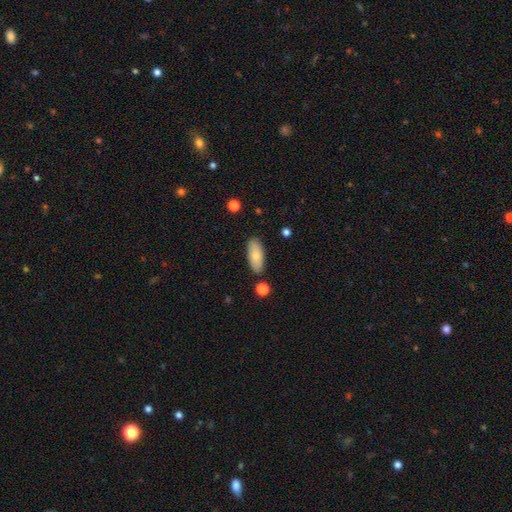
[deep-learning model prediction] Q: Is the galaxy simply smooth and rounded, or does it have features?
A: smooth — 77%.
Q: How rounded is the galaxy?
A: in between — 83%.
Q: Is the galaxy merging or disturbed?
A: none — 85%.